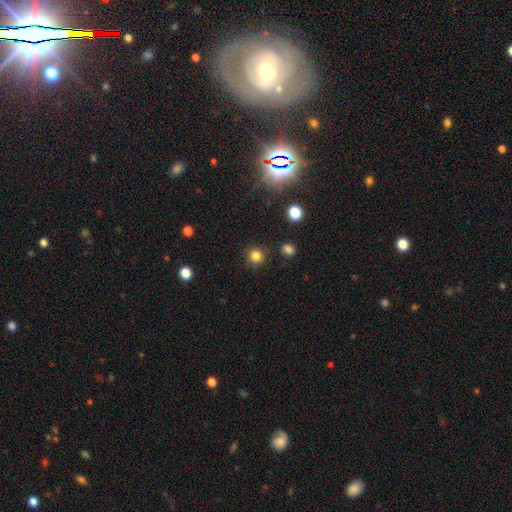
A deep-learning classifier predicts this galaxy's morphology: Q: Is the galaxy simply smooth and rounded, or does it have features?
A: smooth — 82%.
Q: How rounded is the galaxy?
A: round — 92%.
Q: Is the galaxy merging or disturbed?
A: none — 86%.